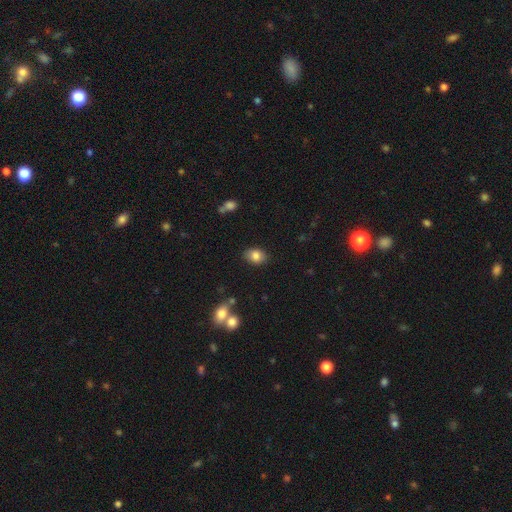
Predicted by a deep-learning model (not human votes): Smooth or featured: smooth — 82% (featured or disk — 9%)
How rounded: in between — 75% (round — 24%)
Merging: none — 84% (minor disturbance — 11%)